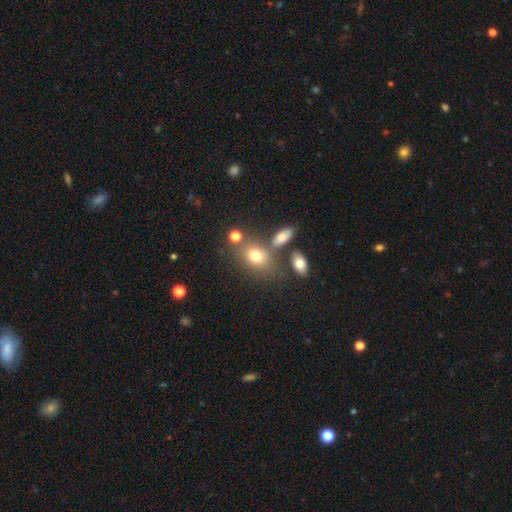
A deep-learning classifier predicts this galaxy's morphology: The model was most divided on "how rounded": in between: 62%, round: 36%, cigar-shaped: 2%. More confident: smooth or featured — smooth (74%); merging — none (60%).